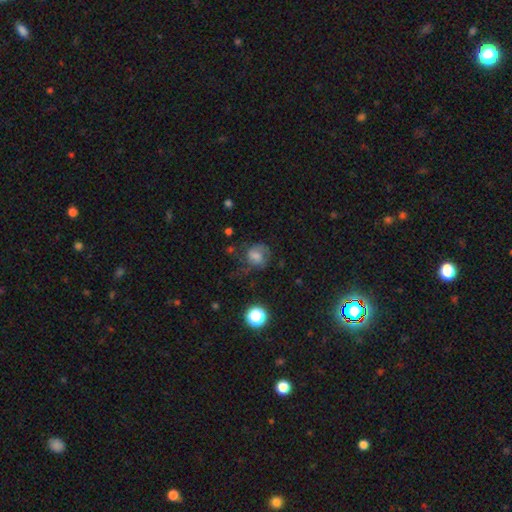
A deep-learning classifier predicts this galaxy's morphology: type=smooth (47%); merging=none (46%).